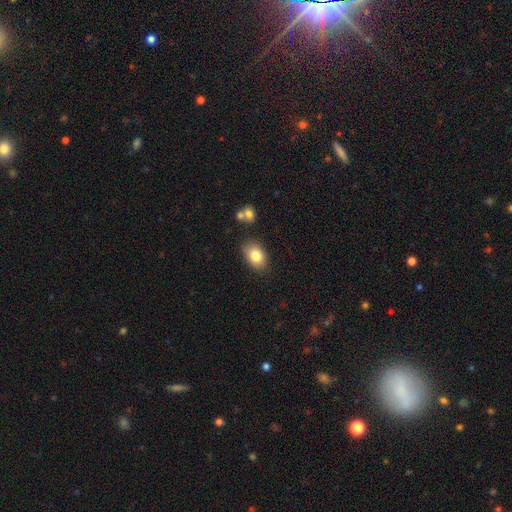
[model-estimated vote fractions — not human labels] Smooth or featured?
  - smooth: 82% *
  - featured or disk: 10%
  - star or artifact: 8%
How rounded?
  - in between: 83% *
  - round: 16%
  - cigar-shaped: 1%
Merging?
  - none: 81% *
  - minor disturbance: 12%
  - merger: 3%
  - major disturbance: 3%